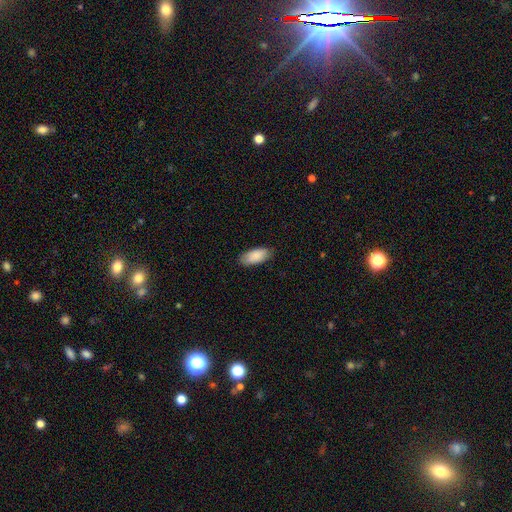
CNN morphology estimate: smooth-or-featured: smooth: 87% | featured or disk: 7% | star or artifact: 6%
  how-rounded: in between: 88% | cigar-shaped: 10% | round: 2%
  merging: none: 83% | minor disturbance: 14% | major disturbance: 2% | merger: 1%